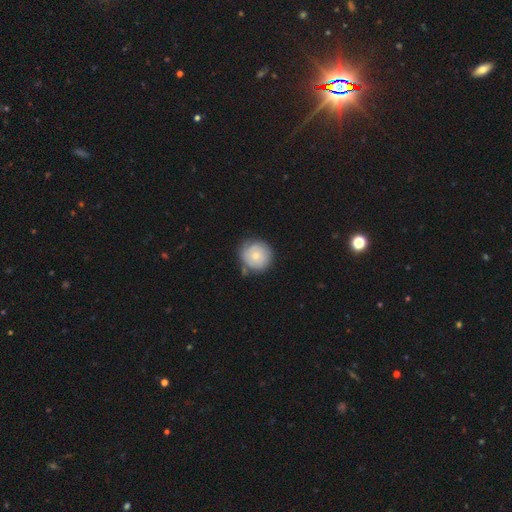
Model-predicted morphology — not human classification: Smooth or featured: smooth — 62% (featured or disk — 32%)
How rounded: round — 93% (in between — 6%)
Merging: none — 71% (minor disturbance — 20%)